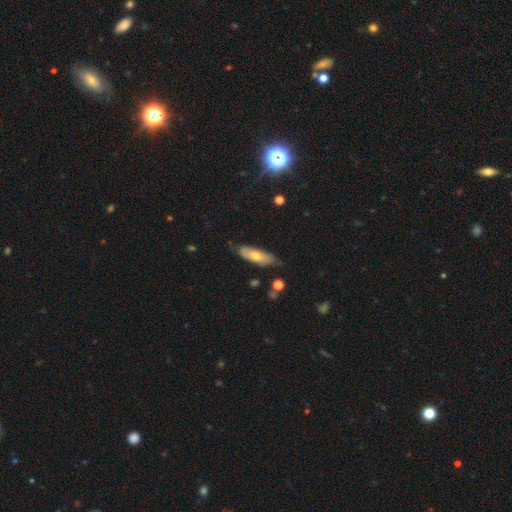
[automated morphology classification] Q: Smooth or featured?
A: smooth (59%); runner-up: featured or disk (34%)
Q: How rounded?
A: in between (58%); runner-up: cigar-shaped (39%)
Q: Merging?
A: none (67%); runner-up: minor disturbance (26%)